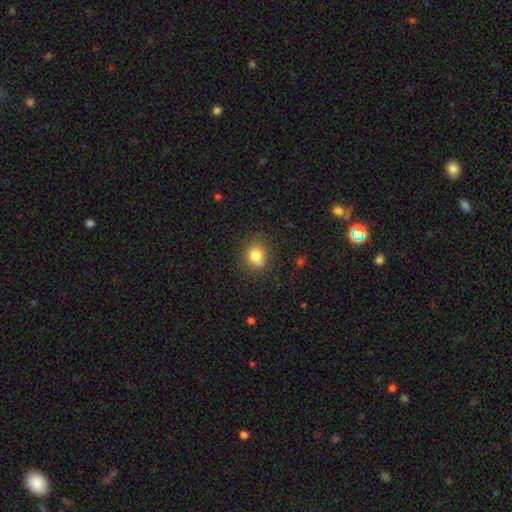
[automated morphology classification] smooth_or_featured: smooth (p=0.80) [alt: star or artifact p=0.12]
how_rounded: round (p=0.67) [alt: in between p=0.32]
merging: none (p=0.65) [alt: minor disturbance p=0.23]